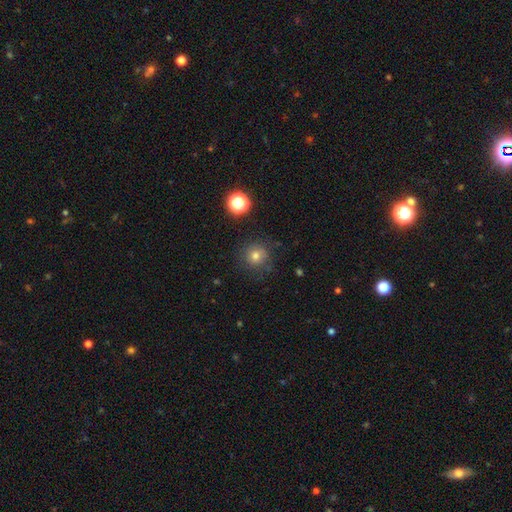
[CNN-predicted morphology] smooth 74%, star or artifact 17%, featured or disk 9%. Down the decision tree: how rounded — round (93%); merging — none (83%).